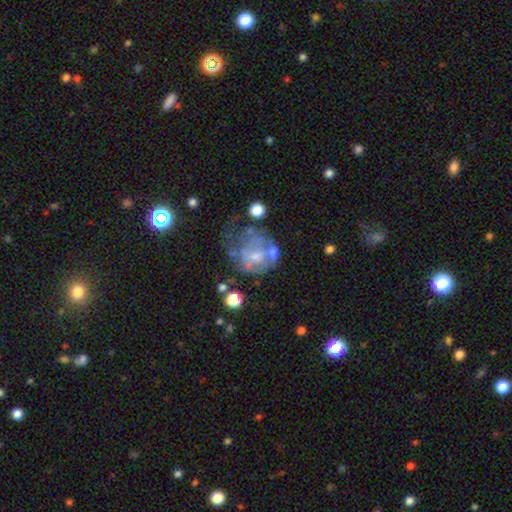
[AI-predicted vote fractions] A featured or disk galaxy (55%) with no bar (81%), no spiral arms (76%) and a small central bulge (39%). Merging: major disturbance (34%).